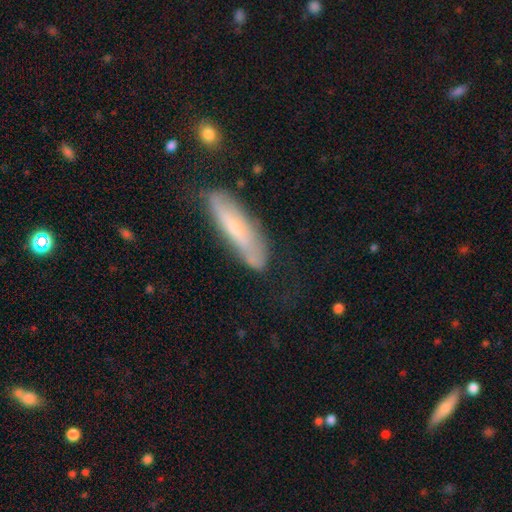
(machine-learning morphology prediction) type=smooth (44%); merging=none (71%).